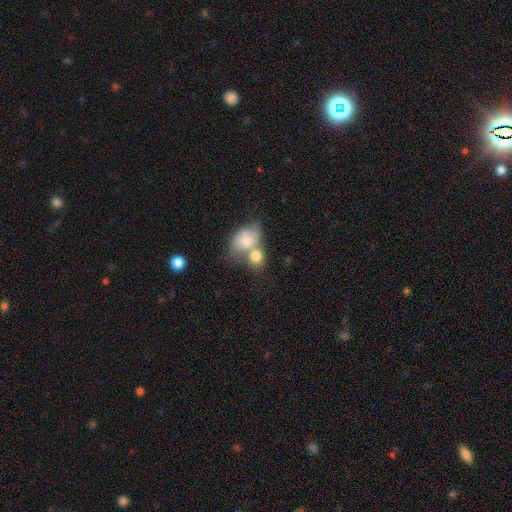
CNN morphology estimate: Q: Smooth or featured?
A: smooth (78%); runner-up: featured or disk (15%)
Q: How rounded?
A: in between (59%); runner-up: round (40%)
Q: Merging?
A: merger (59%); runner-up: none (25%)